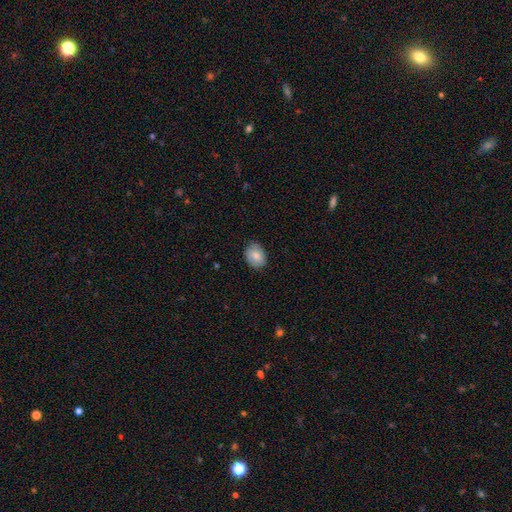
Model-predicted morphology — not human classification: A smooth galaxy with no disk features (77%) that is in between round and cigar-shaped (61%).

Vote fractions:
- Smooth or featured? smooth: 77% / featured or disk: 16% / star or artifact: 7%
- How rounded? in between: 61% / round: 38% / cigar-shaped: 1%
- Merging? none: 82% / minor disturbance: 15% / major disturbance: 2% / merger: 1%